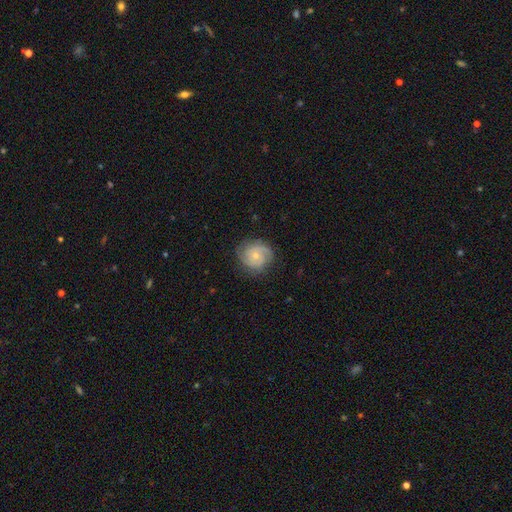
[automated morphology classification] Smooth or featured? Predicted: featured or disk (p=0.69). Edge-on disk? Predicted: no (p=0.98). Bar? Predicted: no (p=0.79). Spiral arms? Predicted: yes (p=0.93). Spiral winding? Predicted: tight (p=0.58). Spiral arm count? Predicted: 2 (p=0.32). Bulge size? Predicted: small (p=0.67). Merging? Predicted: none (p=0.78).